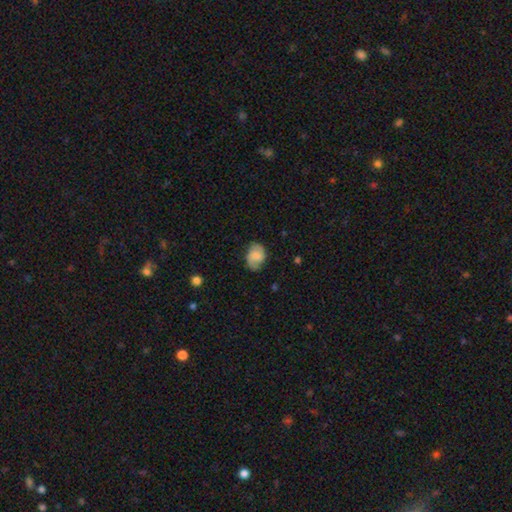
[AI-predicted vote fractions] smooth-or-featured: smooth: 57% | featured or disk: 35% | star or artifact: 8%
  how-rounded: in between: 72% | round: 26% | cigar-shaped: 1%
  merging: none: 66% | minor disturbance: 25% | major disturbance: 7% | merger: 2%